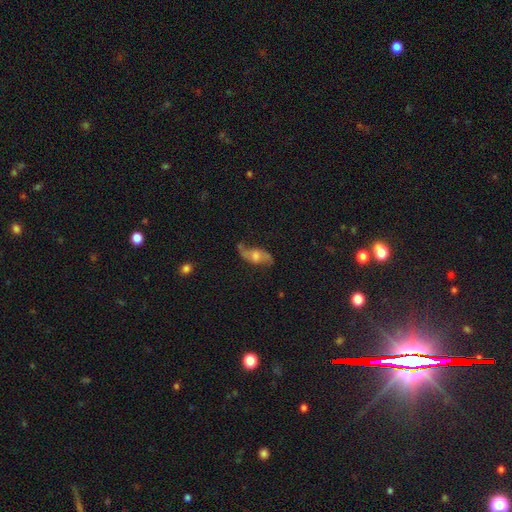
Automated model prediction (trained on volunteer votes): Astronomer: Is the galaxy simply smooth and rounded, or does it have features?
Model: featured or disk — 67%.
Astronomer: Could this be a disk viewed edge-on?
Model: no — 89%.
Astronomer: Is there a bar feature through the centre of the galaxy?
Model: no — 55% (runner-up: weak, 36%).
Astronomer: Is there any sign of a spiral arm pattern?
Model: yes — 84%.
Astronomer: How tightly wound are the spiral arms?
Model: loose — 70%.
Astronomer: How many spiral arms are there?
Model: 2 — 87%.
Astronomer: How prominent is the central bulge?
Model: moderate — 45% (runner-up: large, 24%).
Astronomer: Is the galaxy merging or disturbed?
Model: none — 57%.